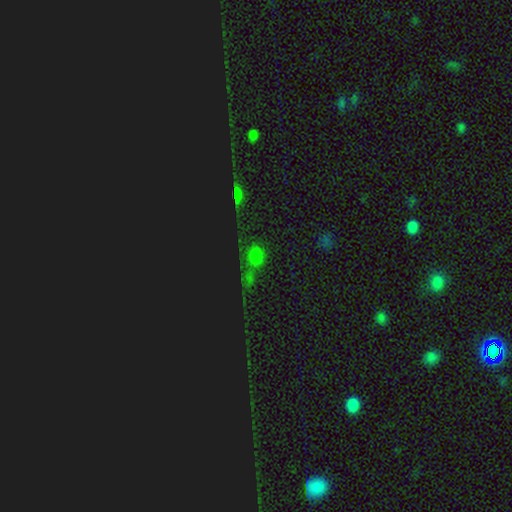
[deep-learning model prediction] A star or artifact, not a galaxy (52%).

Vote fractions:
- Smooth or featured? star or artifact: 52% / smooth: 38% / featured or disk: 9%